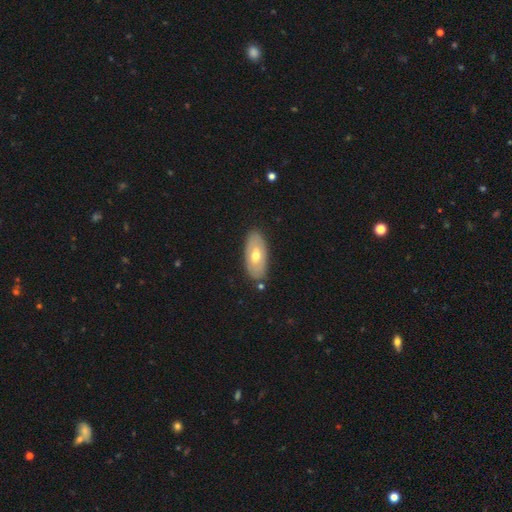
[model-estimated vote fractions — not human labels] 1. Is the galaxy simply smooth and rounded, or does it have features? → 51% smooth, 43% featured or disk, 6% star or artifact.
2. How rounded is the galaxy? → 91% in between, 5% cigar-shaped, 3% round.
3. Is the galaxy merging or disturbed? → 84% none, 11% minor disturbance, 2% major disturbance, 2% merger.